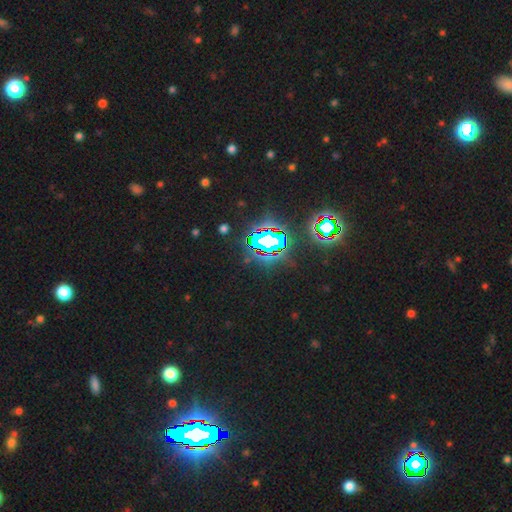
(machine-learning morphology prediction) This appears to be a star or artifact, not a galaxy (85%).